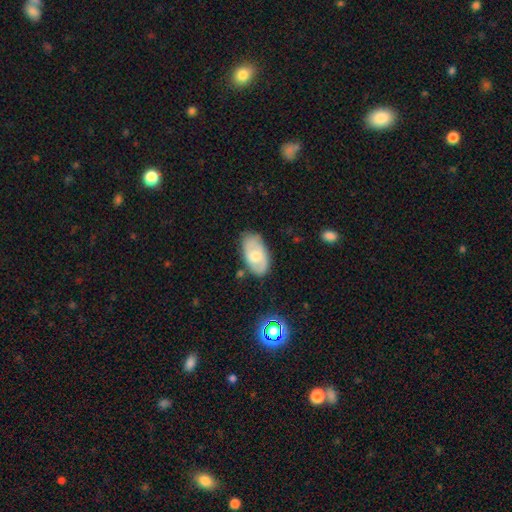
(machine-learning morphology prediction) smooth_or_featured: smooth (p=0.52) [alt: featured or disk p=0.41]
how_rounded: in between (p=0.93) [alt: round p=0.04]
merging: none (p=0.71) [alt: minor disturbance p=0.21]